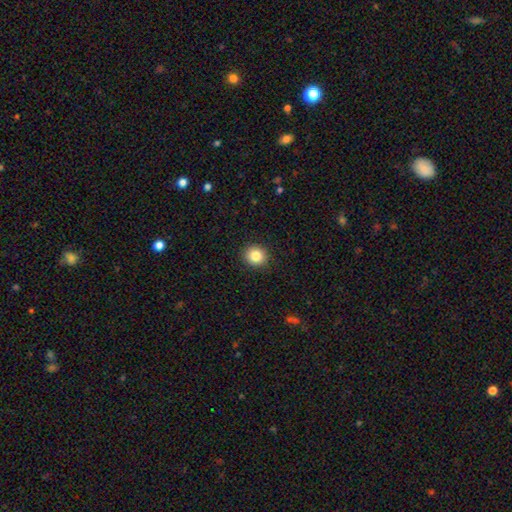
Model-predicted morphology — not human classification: Smooth or featured?
  - smooth: 85% *
  - star or artifact: 10%
  - featured or disk: 5%
How rounded?
  - round: 86% *
  - in between: 13%
  - cigar-shaped: 1%
Merging?
  - none: 92% *
  - minor disturbance: 6%
  - major disturbance: 2%
  - merger: 1%